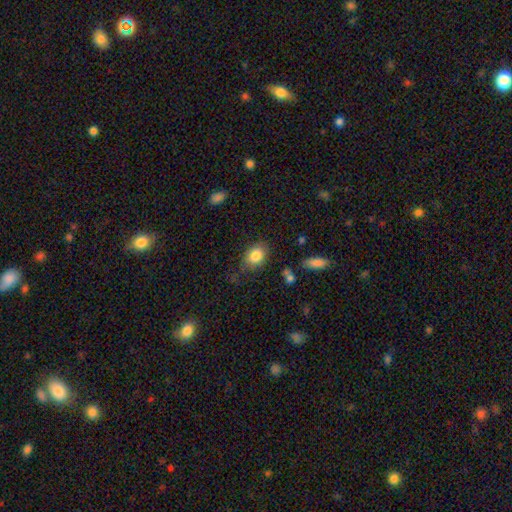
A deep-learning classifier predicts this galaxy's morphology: Smooth or featured? smooth (83%)
How rounded? in between (72%)
Merging? none (70%)